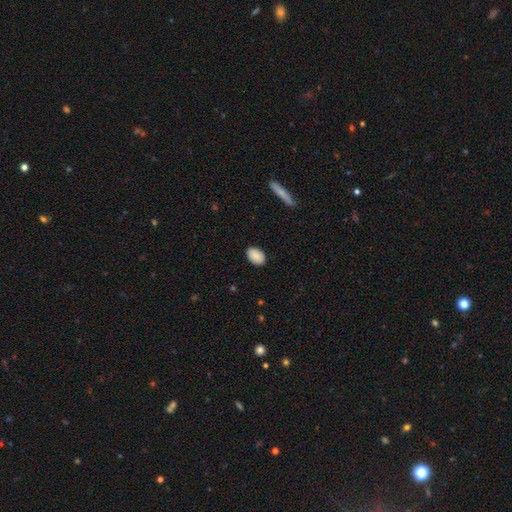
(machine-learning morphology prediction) This is clearly a smooth galaxy (88%). How rounded: clearly in between (88%). Merging: clearly none (86%).